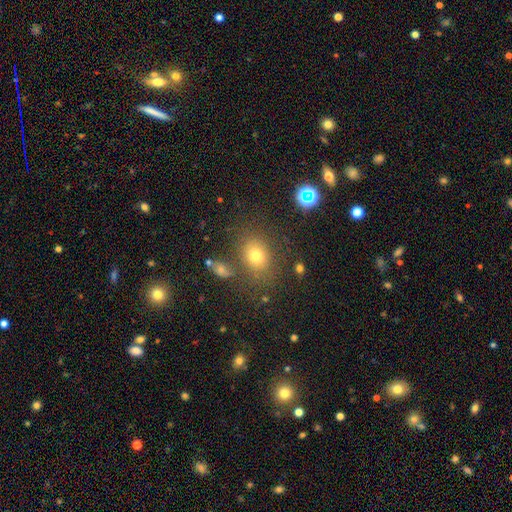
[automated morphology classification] smooth_or_featured: smooth (p=0.71) [alt: star or artifact p=0.18]
how_rounded: in between (p=0.52) [alt: round p=0.47]
merging: none (p=0.75) [alt: minor disturbance p=0.13]